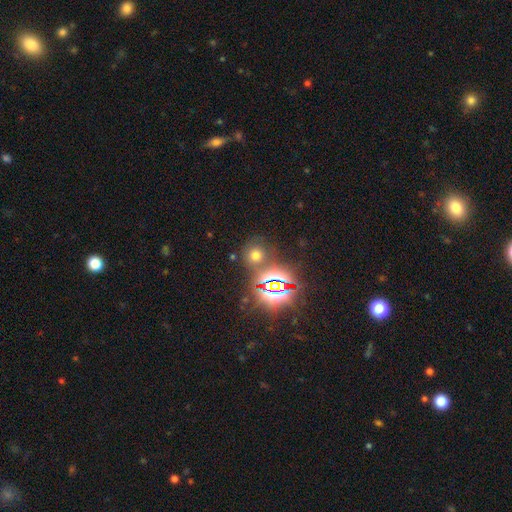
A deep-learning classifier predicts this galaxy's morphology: type=smooth (53%); roundness=round (86%); merging=none (74%).